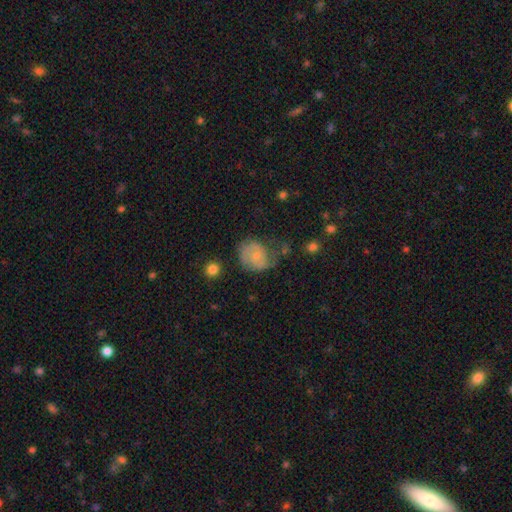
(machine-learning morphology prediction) smooth_or_featured: featured or disk (p=0.48) [alt: smooth p=0.44]
merging: none (p=0.45) [alt: minor disturbance p=0.30]